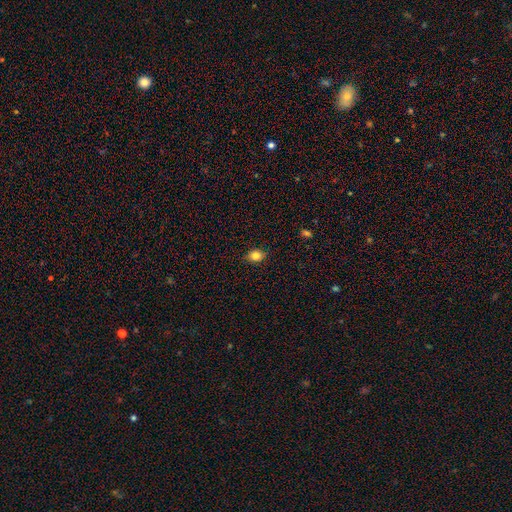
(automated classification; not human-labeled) The model was most divided on "how rounded": in between: 55%, round: 44%, cigar-shaped: 1%. More confident: merging — none (87%); smooth or featured — smooth (82%).